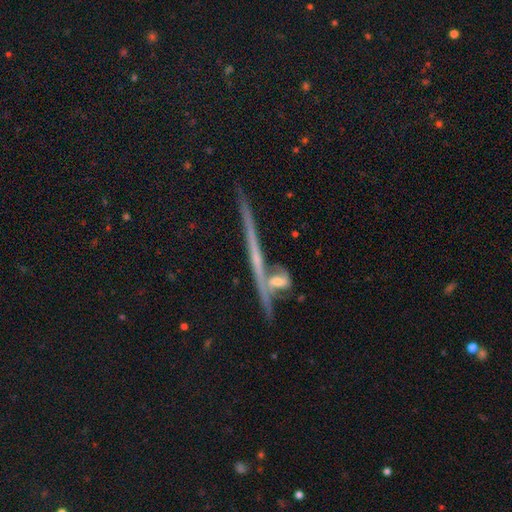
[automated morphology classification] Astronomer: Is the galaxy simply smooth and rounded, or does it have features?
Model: featured or disk — 69%.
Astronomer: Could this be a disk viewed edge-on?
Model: yes — 90%.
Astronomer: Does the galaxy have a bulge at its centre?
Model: none — 76%.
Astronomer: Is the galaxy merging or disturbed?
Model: none — 57%.